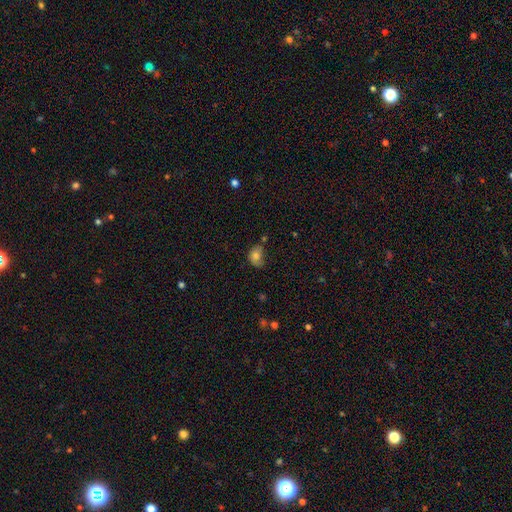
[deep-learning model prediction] Smooth or featured? Predicted: smooth (p=0.70). How rounded? Predicted: in between (p=0.68). Merging? Predicted: none (p=0.40).